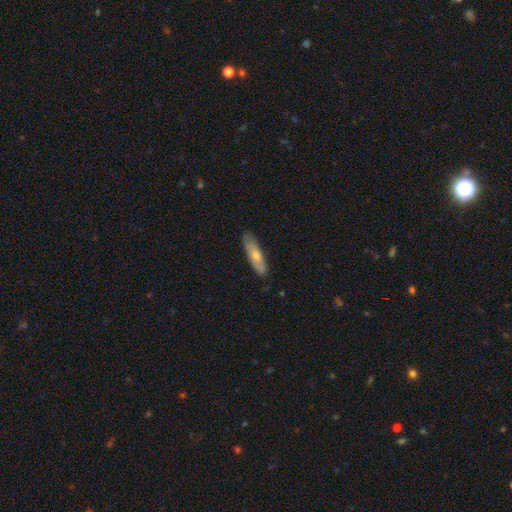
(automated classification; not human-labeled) Smooth or featured? smooth (60%)
How rounded? cigar-shaped (74%)
Merging? none (87%)